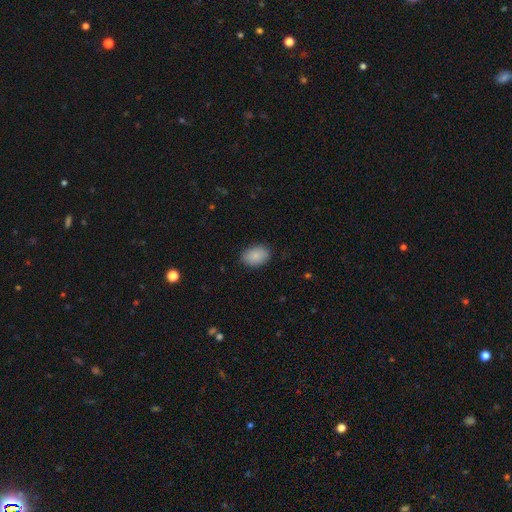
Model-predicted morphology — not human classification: This appears to be a smooth galaxy with no disk features (88%) that is in between round and cigar-shaped (82%). Merging: none (86%).